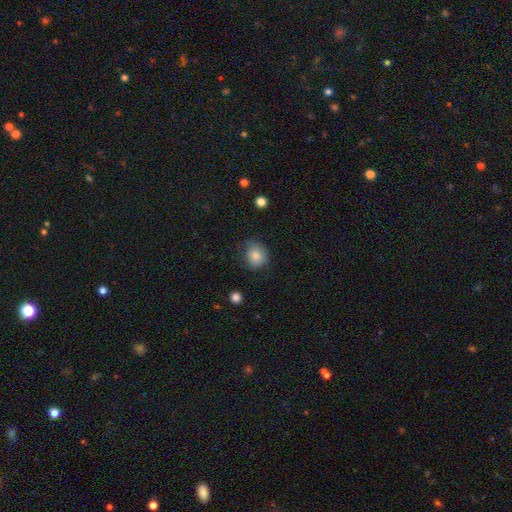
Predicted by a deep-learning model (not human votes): Smooth or featured? Predicted: smooth (p=0.83). How rounded? Predicted: round (p=0.74). Merging? Predicted: none (p=0.71).